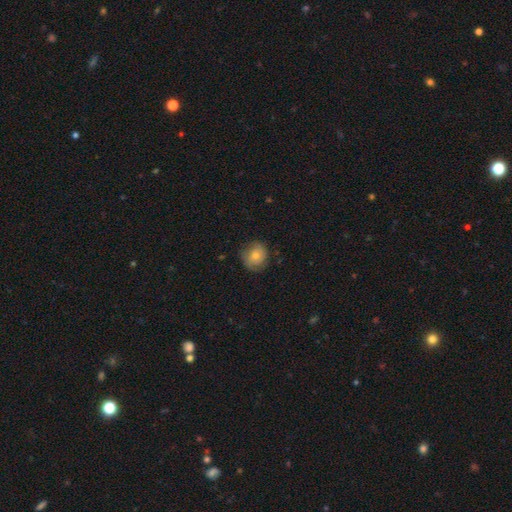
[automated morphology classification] This appears to be a smooth galaxy with no disk features (69%) that is round (80%). Merging: none (73%).